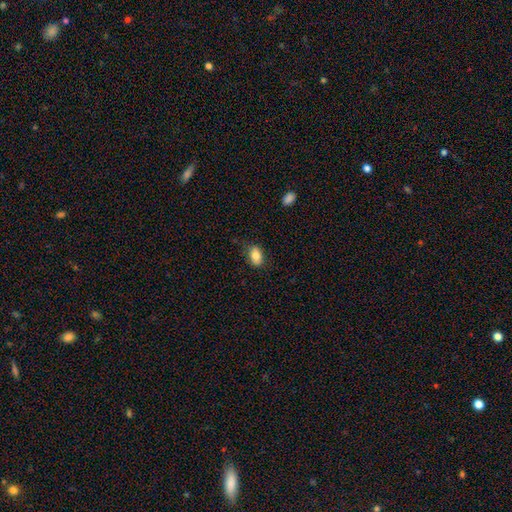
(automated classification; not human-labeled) The model was most divided on "merging": none: 83%, minor disturbance: 13%, major disturbance: 3%, merger: 1%. More confident: how rounded — in between (87%); smooth or featured — smooth (84%).